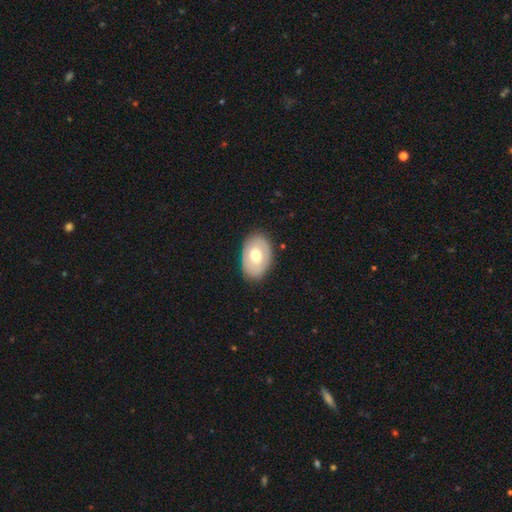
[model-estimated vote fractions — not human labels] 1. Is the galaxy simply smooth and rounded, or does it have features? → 59% smooth, 34% featured or disk, 6% star or artifact.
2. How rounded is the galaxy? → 85% in between, 14% round, 1% cigar-shaped.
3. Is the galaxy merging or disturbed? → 83% none, 12% minor disturbance, 3% major disturbance, 1% merger.